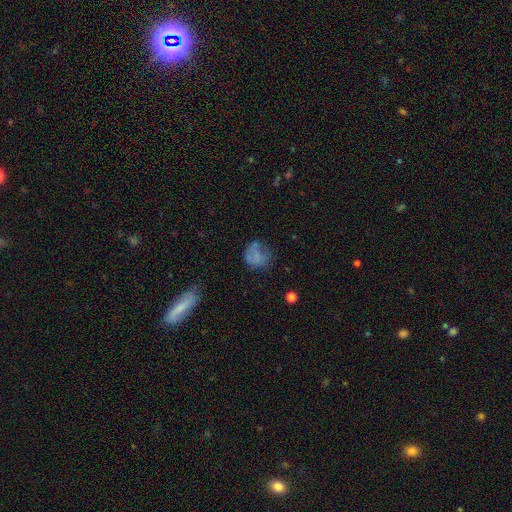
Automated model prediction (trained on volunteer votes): smooth-or-featured: smooth: 66% | featured or disk: 21% | star or artifact: 14%
  how-rounded: round: 69% | in between: 30% | cigar-shaped: 1%
  merging: none: 45% | minor disturbance: 27% | major disturbance: 23% | merger: 5%